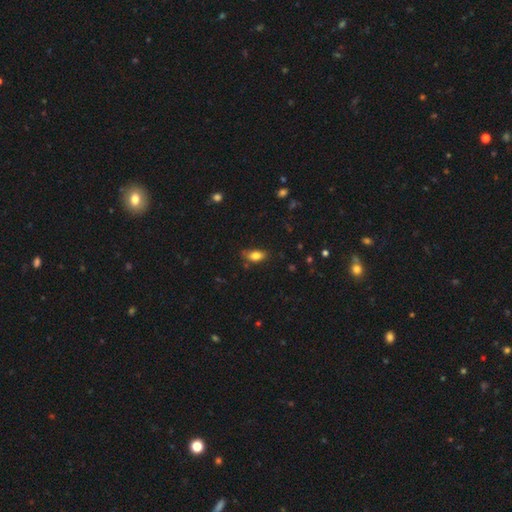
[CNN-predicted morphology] Smooth or featured?
  - smooth: 81% *
  - featured or disk: 10%
  - star or artifact: 9%
How rounded?
  - in between: 86% *
  - cigar-shaped: 7%
  - round: 7%
Merging?
  - none: 74% *
  - minor disturbance: 20%
  - major disturbance: 4%
  - merger: 2%